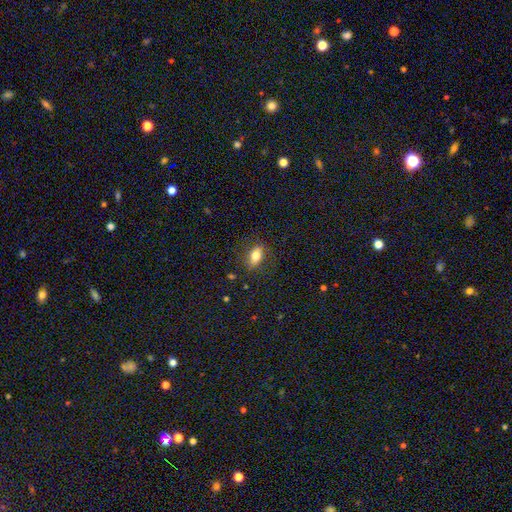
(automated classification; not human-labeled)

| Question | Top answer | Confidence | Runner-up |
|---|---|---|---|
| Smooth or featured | smooth | 75% | featured or disk (16%) |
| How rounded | in between | 84% | round (9%) |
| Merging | none | 80% | minor disturbance (14%) |